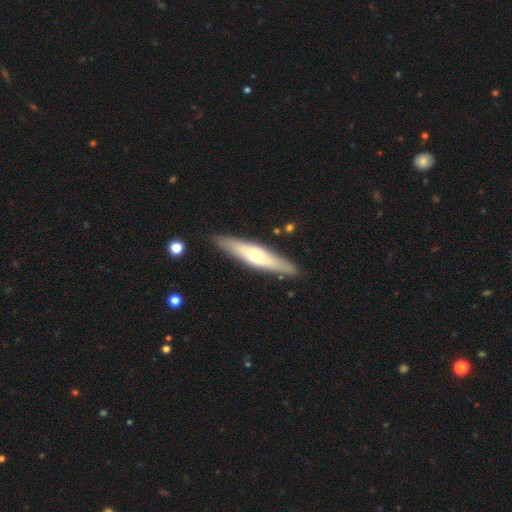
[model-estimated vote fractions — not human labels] Smooth or featured? Predicted: smooth (p=0.48). Merging? Predicted: none (p=0.88).